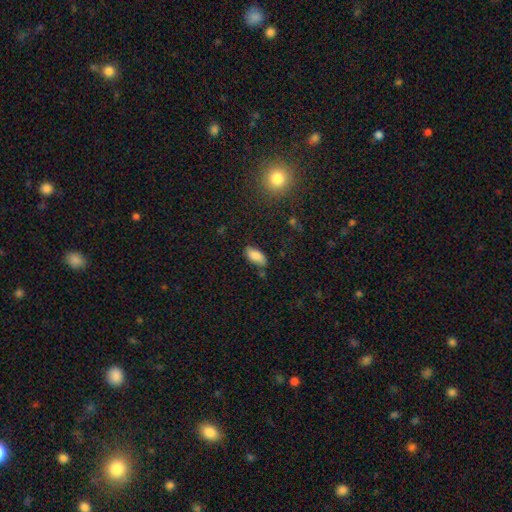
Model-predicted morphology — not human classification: Smooth or featured: smooth — 82% (featured or disk — 9%)
How rounded: in between — 87% (cigar-shaped — 10%)
Merging: none — 74% (minor disturbance — 18%)